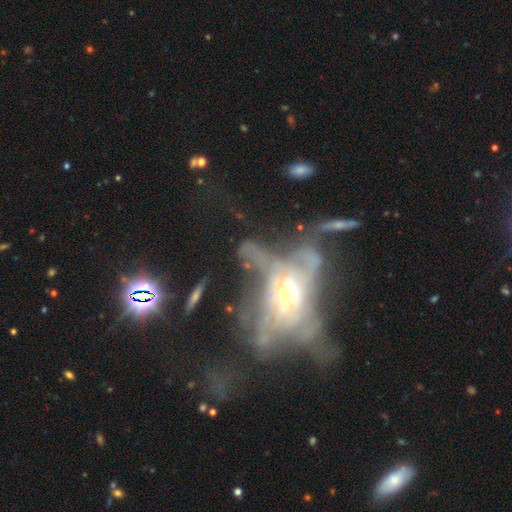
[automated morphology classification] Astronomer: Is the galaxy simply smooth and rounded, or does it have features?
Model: featured or disk — 66%.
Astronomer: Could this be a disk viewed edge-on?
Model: no — 83%.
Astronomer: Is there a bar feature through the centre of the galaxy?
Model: no — 68%.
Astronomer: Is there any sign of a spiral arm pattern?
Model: no — 56% (runner-up: yes, 44%).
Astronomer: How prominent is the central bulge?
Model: moderate — 50% (runner-up: small, 35%).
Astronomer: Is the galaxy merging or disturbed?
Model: major disturbance — 41% (runner-up: merger, 26%).